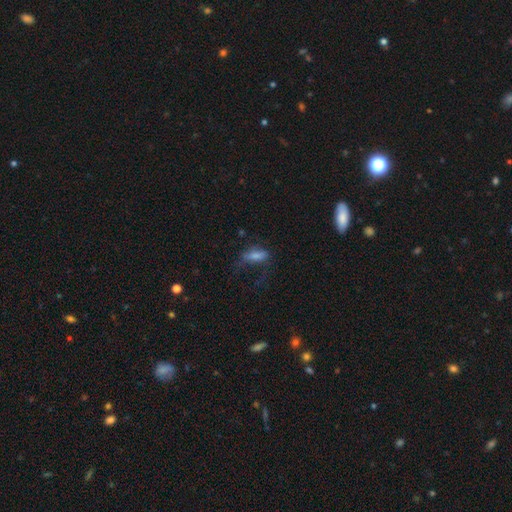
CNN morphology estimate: A smooth galaxy with no disk features (59%) that is in between round and cigar-shaped (60%). Merging: none (42%).